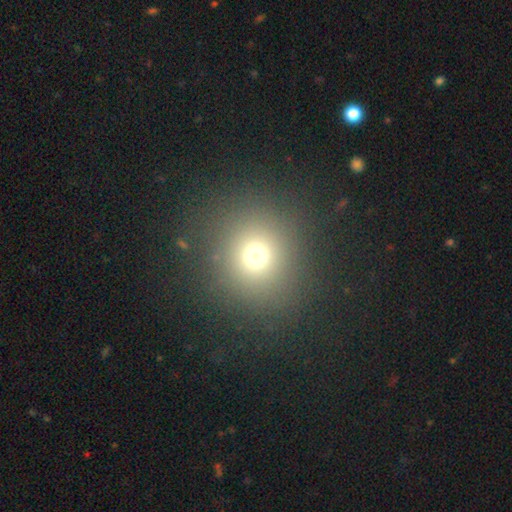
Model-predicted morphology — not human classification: Smooth or featured? smooth (69%)
How rounded? round (91%)
Merging? none (87%)